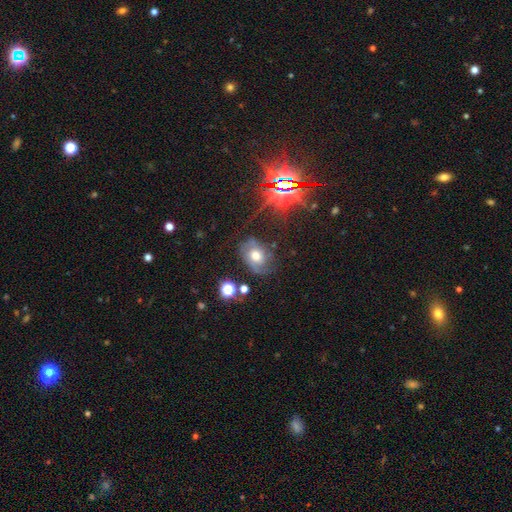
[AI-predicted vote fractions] A featured or disk galaxy (46%).

Vote fractions:
- Smooth or featured? featured or disk: 46% / smooth: 36% / star or artifact: 18%
- Merging? none: 56% / minor disturbance: 25% / major disturbance: 16% / merger: 4%